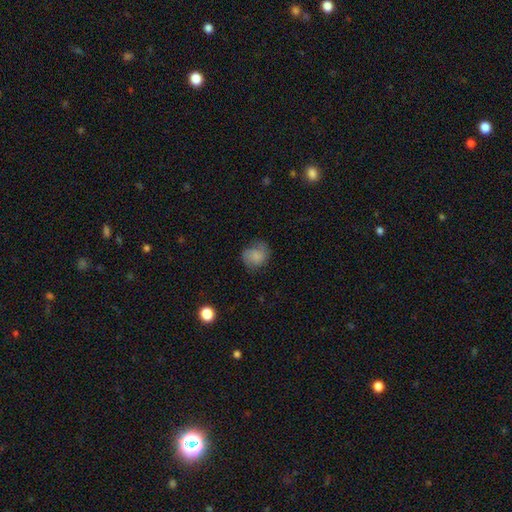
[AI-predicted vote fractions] Q: Smooth or featured?
A: smooth (70%); runner-up: featured or disk (20%)
Q: How rounded?
A: round (70%); runner-up: in between (29%)
Q: Merging?
A: none (61%); runner-up: minor disturbance (27%)